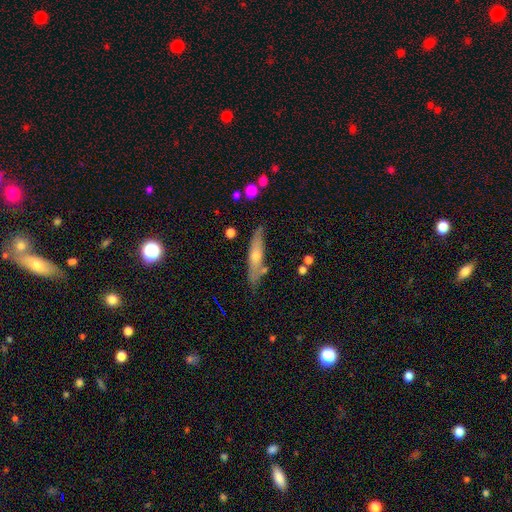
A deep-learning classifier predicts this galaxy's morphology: Smooth or featured? Predicted: featured or disk (p=0.47). Merging? Predicted: none (p=0.76).